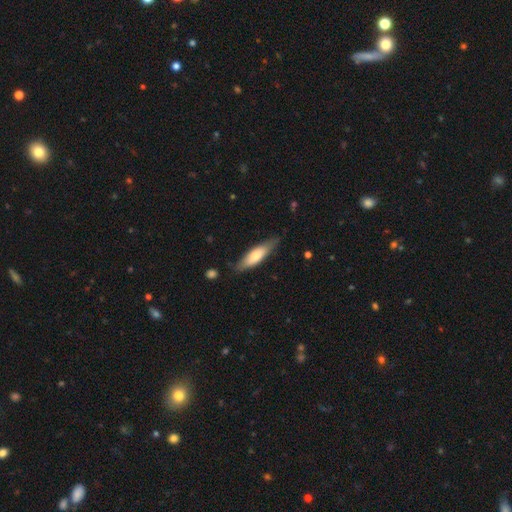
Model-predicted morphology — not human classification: Smooth or featured?
  - smooth: 65% *
  - featured or disk: 29%
  - star or artifact: 5%
How rounded?
  - cigar-shaped: 58% *
  - in between: 41%
  - round: 2%
Merging?
  - none: 75% *
  - minor disturbance: 19%
  - major disturbance: 4%
  - merger: 2%